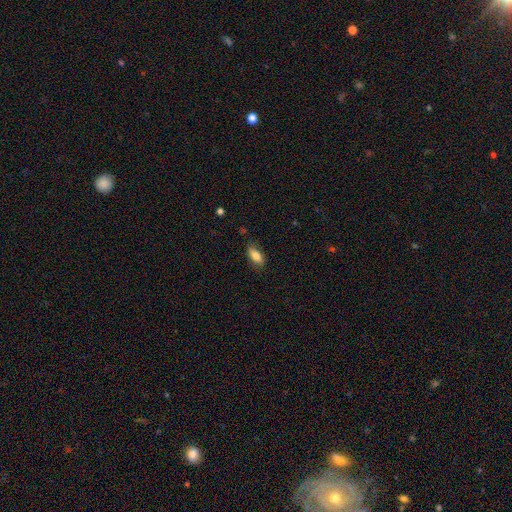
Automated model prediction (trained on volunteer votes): Smooth or featured: smooth — 80% (featured or disk — 13%)
How rounded: in between — 83% (cigar-shaped — 14%)
Merging: none — 78% (minor disturbance — 18%)